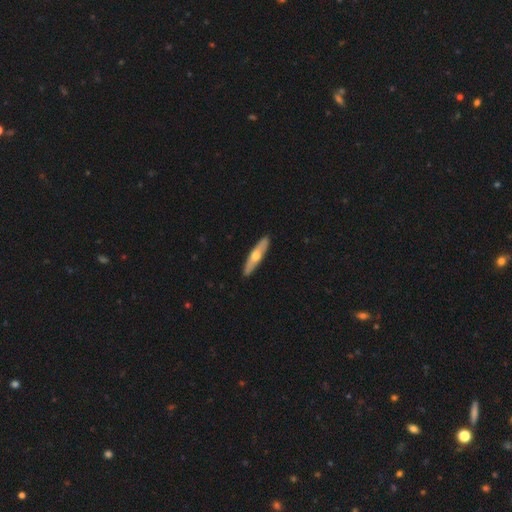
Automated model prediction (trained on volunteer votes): Smooth or featured? Predicted: featured or disk (p=0.49). Merging? Predicted: none (p=0.91).